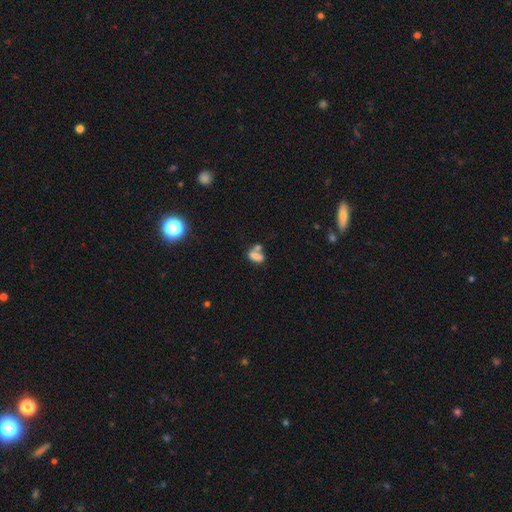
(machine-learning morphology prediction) Smooth or featured: smooth — 75% (featured or disk — 13%)
How rounded: in between — 83% (round — 11%)
Merging: merger — 49% (none — 32%)